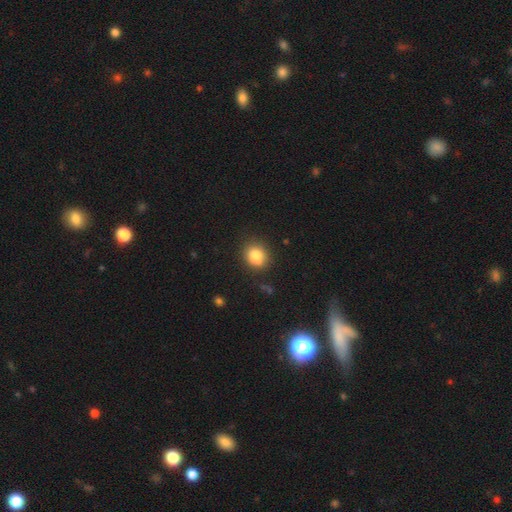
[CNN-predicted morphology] Q: Smooth or featured?
A: smooth (80%); runner-up: star or artifact (11%)
Q: How rounded?
A: round (70%); runner-up: in between (29%)
Q: Merging?
A: none (67%); runner-up: minor disturbance (18%)